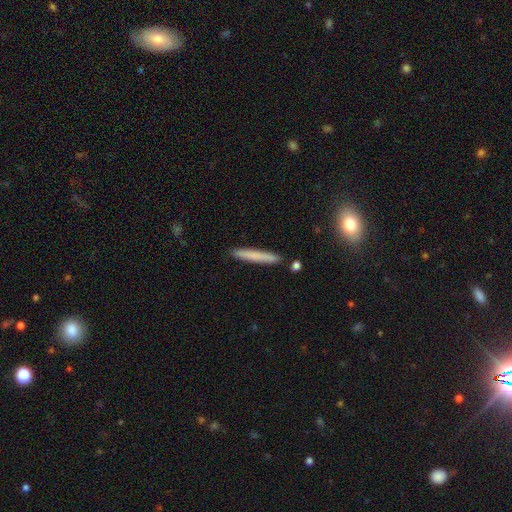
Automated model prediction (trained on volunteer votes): A smooth galaxy with no disk features (72%) that is cigar-shaped (96%). Merging: none (89%).